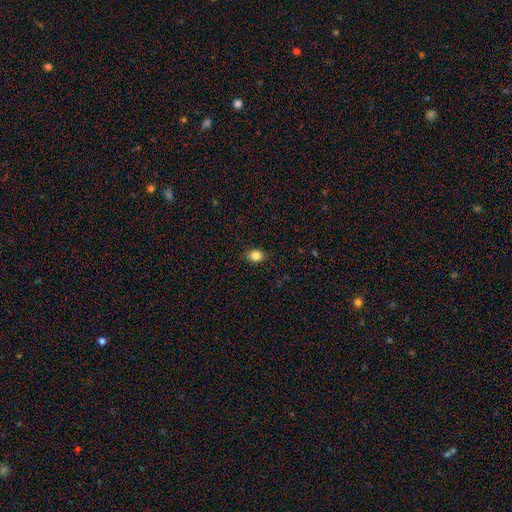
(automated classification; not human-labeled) A smooth galaxy with no disk features (85%) that is in between round and cigar-shaped (62%). Merging: none (88%).